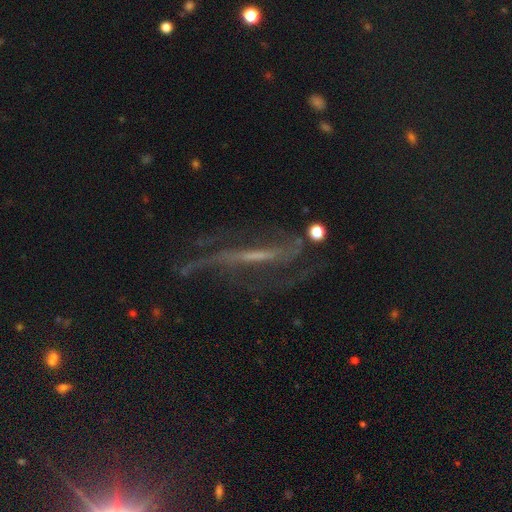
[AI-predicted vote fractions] Smooth or featured? Predicted: featured or disk (p=0.76). Edge-on disk? Predicted: no (p=0.58). Merging? Predicted: none (p=0.53).